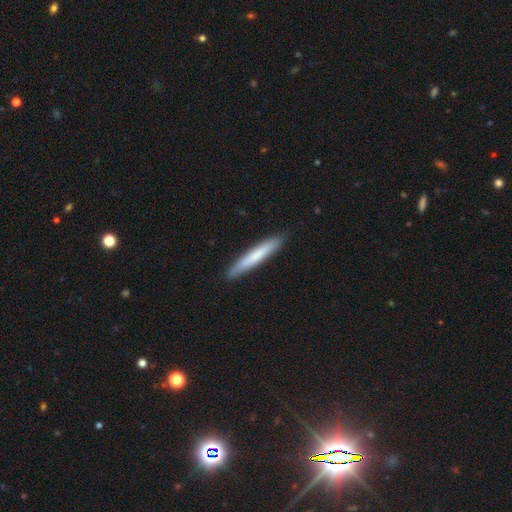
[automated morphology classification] The model was most divided on "smooth or featured": smooth: 69%, featured or disk: 26%, star or artifact: 5%. More confident: how rounded — cigar-shaped (94%); merging — none (88%).